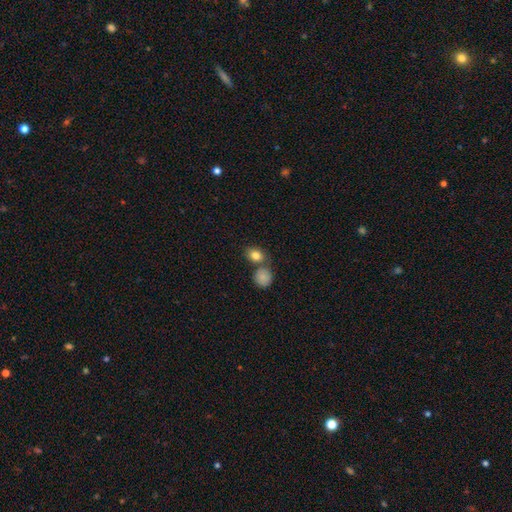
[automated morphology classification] A smooth galaxy with no disk features (84%) that is in between round and cigar-shaped (53%).

Vote fractions:
- Smooth or featured? smooth: 84% / star or artifact: 9% / featured or disk: 7%
- How rounded? in between: 53% / round: 46% / cigar-shaped: 1%
- Merging? none: 55% / merger: 31% / minor disturbance: 11% / major disturbance: 4%